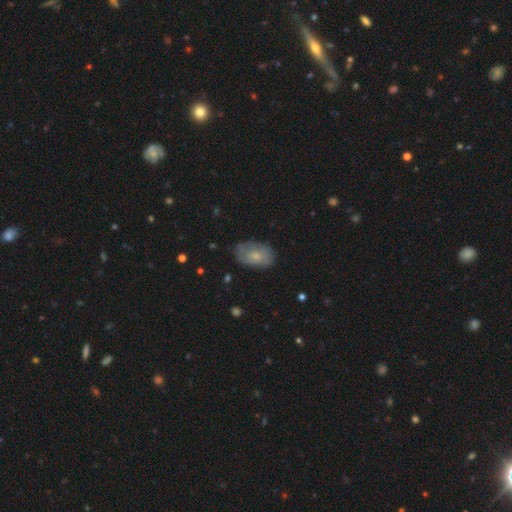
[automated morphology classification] Q: Smooth or featured?
A: smooth (63%); runner-up: featured or disk (30%)
Q: How rounded?
A: in between (88%); runner-up: round (10%)
Q: Merging?
A: none (62%); runner-up: minor disturbance (28%)